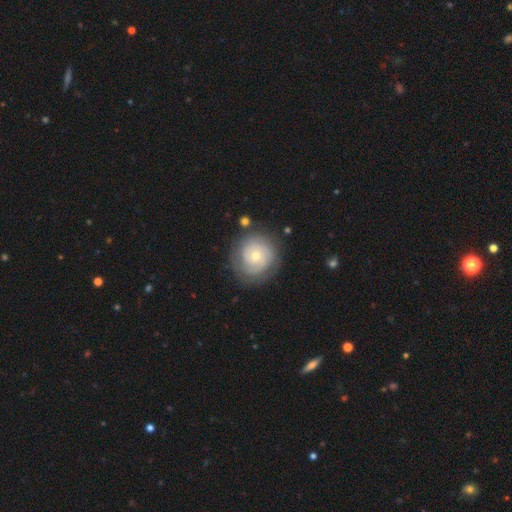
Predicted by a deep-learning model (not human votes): Smooth or featured? featured or disk (71%)
Edge-on disk? no (98%)
Bar? no (79%)
Spiral arms? yes (88%)
Spiral winding? tight (71%)
Spiral arm count? 2 (38%)
Bulge size? small (53%)
Merging? none (79%)